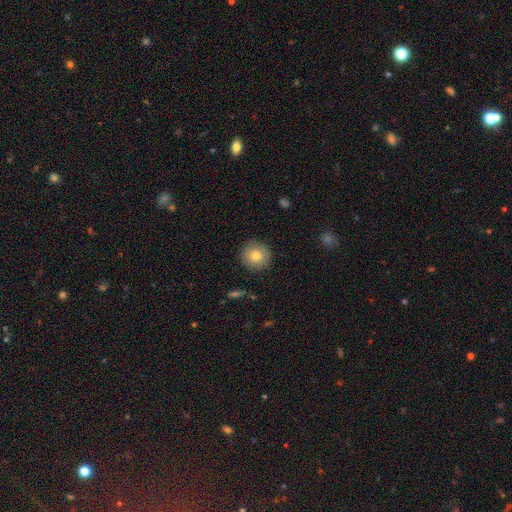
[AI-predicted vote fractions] This appears to be a smooth galaxy with no disk features (79%) that is round (94%). Merging: none (90%).